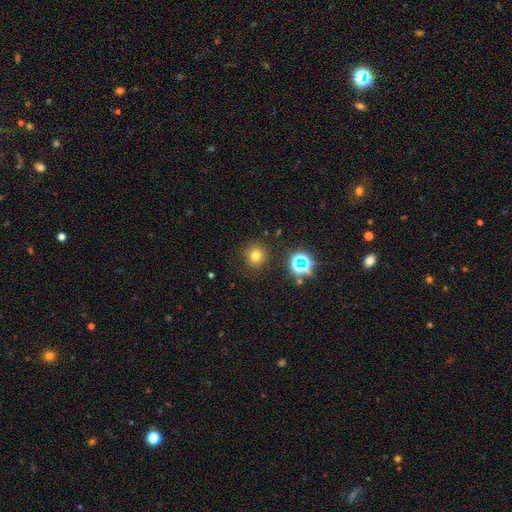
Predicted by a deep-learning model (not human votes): Q: Smooth or featured?
A: smooth (70%); runner-up: star or artifact (22%)
Q: How rounded?
A: round (92%); runner-up: in between (7%)
Q: Merging?
A: none (87%); runner-up: minor disturbance (7%)